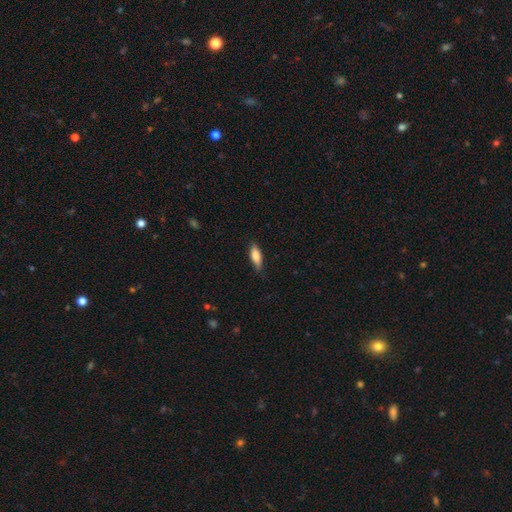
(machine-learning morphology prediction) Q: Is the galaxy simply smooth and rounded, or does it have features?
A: smooth — 75%.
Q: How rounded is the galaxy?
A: in between — 57%.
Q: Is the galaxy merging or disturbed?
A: none — 81%.